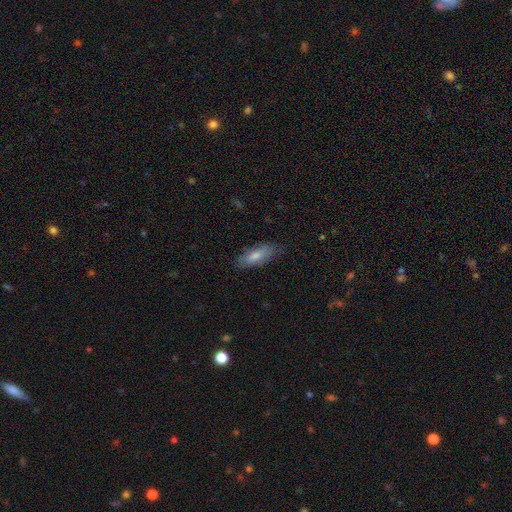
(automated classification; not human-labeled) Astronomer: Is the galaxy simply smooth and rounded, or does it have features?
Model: smooth — 76%.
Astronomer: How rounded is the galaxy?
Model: in between — 72%.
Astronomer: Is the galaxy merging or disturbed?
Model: none — 75%.